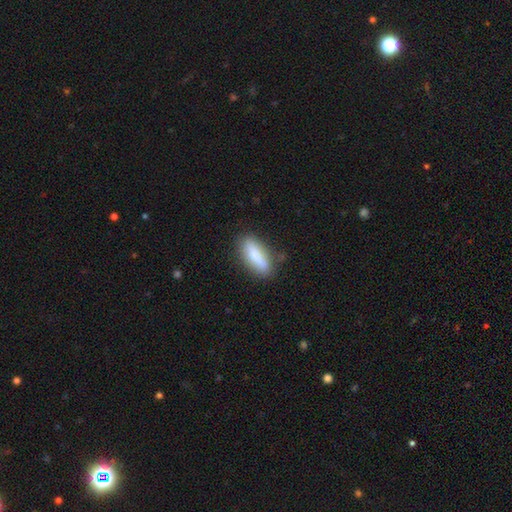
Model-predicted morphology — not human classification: smooth 70%, featured or disk 24%, star or artifact 7%. Down the decision tree: how rounded — cigar-shaped (49%, tied with in between); merging — none (80%).